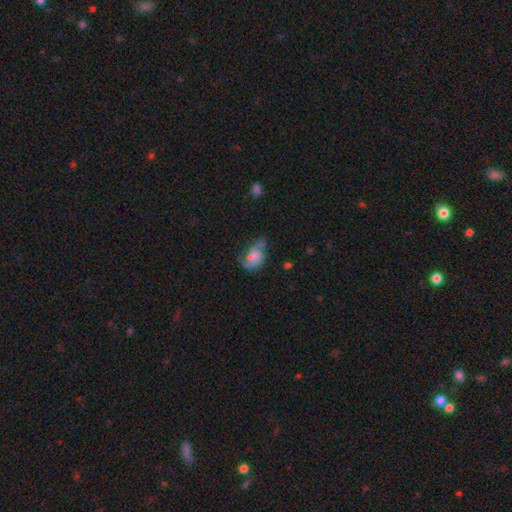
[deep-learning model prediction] Morphology: type=featured or disk (51%); edge-on=no (97%); merging=none (37%).